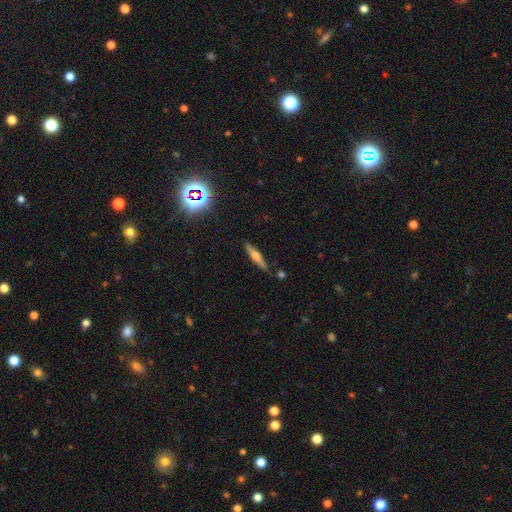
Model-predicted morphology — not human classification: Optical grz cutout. It shows a featured or disk galaxy (54%) viewed edge-on (95%) with a rounded central bulge (81%). Merging: none (84%).